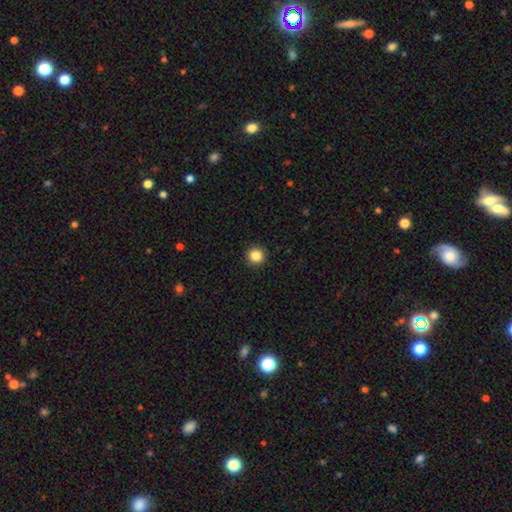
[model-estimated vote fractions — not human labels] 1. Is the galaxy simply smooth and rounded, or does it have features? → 86% smooth, 10% star or artifact, 4% featured or disk.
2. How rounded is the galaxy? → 94% round, 5% in between, 1% cigar-shaped.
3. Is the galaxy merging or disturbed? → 93% none, 5% minor disturbance, 2% major disturbance, 1% merger.